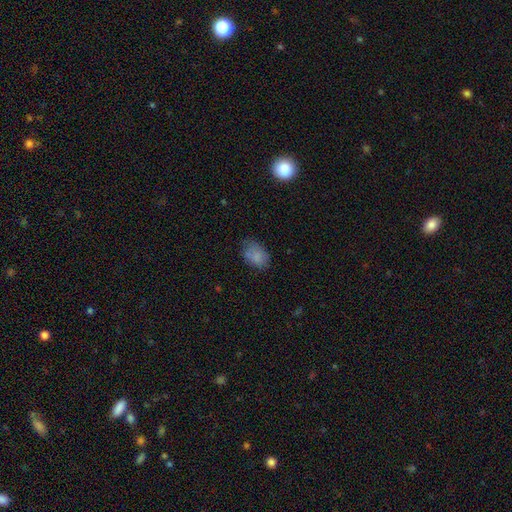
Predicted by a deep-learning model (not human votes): Smooth or featured? smooth (80%)
How rounded? in between (80%)
Merging? none (64%)